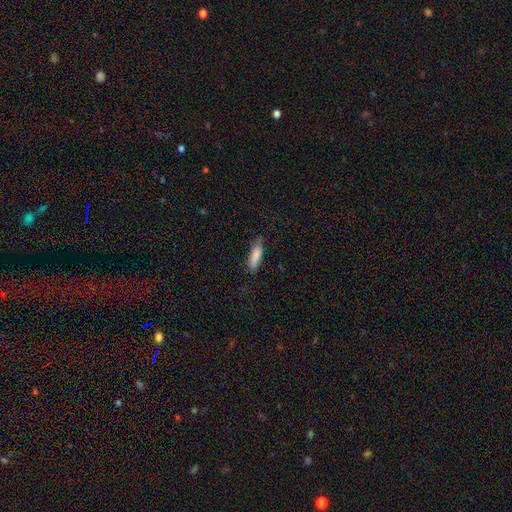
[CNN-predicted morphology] This is clearly a smooth galaxy (83%). How rounded: possibly cigar-shaped (57%). Merging: likely none (74%).